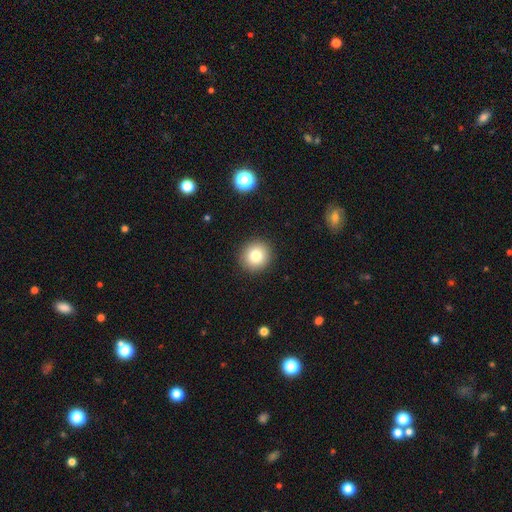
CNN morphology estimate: Smooth or featured: smooth — 81% (star or artifact — 11%)
How rounded: round — 93% (in between — 6%)
Merging: none — 92% (minor disturbance — 5%)